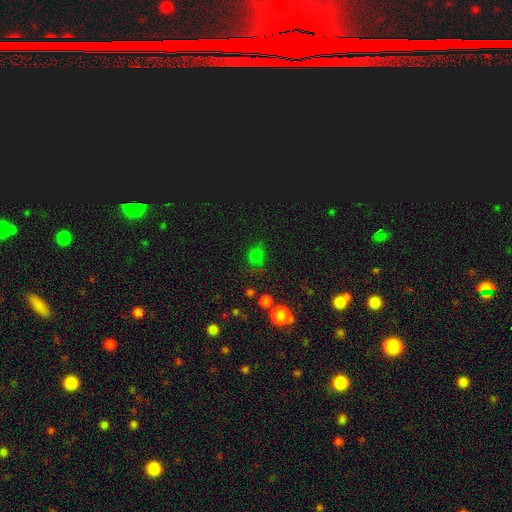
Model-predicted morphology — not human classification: Overall: smooth (67%). How rounded: round (77%). Merging: none (71%).